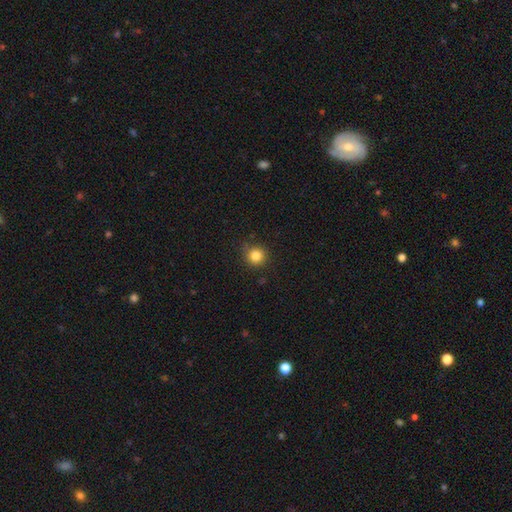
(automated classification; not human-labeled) Smooth or featured: smooth — 84% (star or artifact — 12%)
How rounded: round — 93% (in between — 6%)
Merging: none — 85% (minor disturbance — 11%)